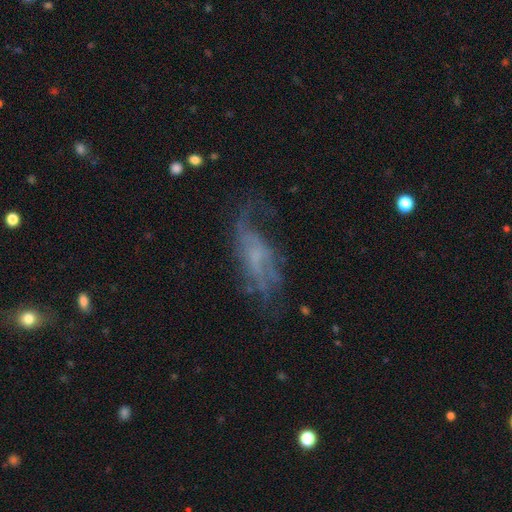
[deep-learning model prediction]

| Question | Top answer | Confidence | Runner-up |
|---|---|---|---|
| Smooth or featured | featured or disk | 62% | smooth (24%) |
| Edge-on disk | no | 87% | yes (13%) |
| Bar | no | 72% | weak (23%) |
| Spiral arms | yes | 59% | no (41%) |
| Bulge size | none | 49% | small (35%) |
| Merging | none | 44% | major disturbance (31%) |